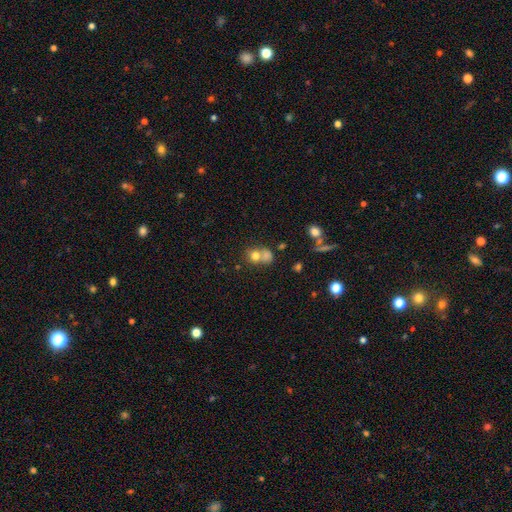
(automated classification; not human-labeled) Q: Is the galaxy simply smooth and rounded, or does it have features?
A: smooth — 73%.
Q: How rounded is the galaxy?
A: round — 72%.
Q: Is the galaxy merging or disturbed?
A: merger — 53%.